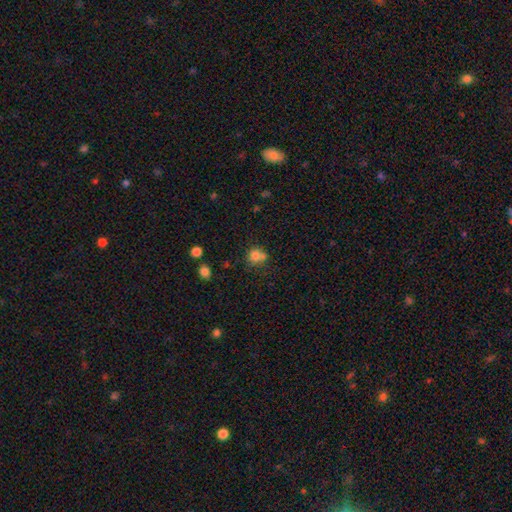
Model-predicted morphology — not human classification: This appears to be a smooth galaxy with no disk features (79%) that is round (82%). Merging: none (51%).